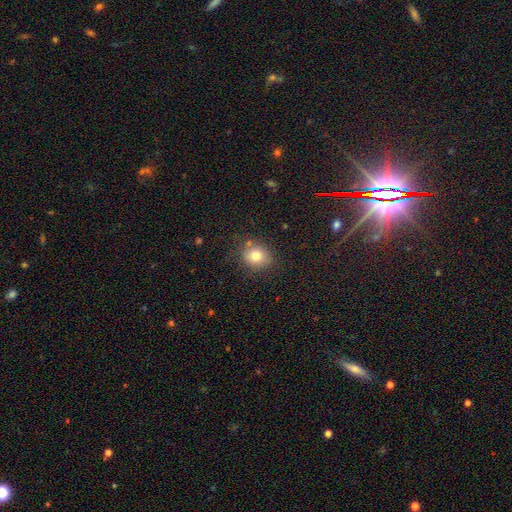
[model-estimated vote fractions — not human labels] smooth_or_featured: smooth (p=0.77) [alt: star or artifact p=0.12]
how_rounded: round (p=0.71) [alt: in between p=0.28]
merging: none (p=0.78) [alt: minor disturbance p=0.14]